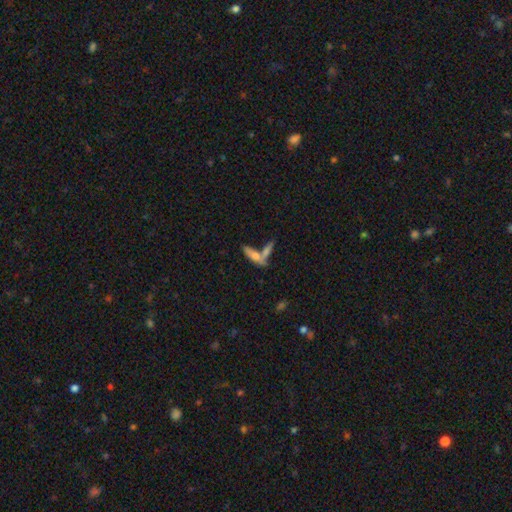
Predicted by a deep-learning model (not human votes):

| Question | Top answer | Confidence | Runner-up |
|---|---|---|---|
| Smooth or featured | smooth | 61% | featured or disk (31%) |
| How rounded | cigar-shaped | 55% | in between (42%) |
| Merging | merger | 45% | none (40%) |